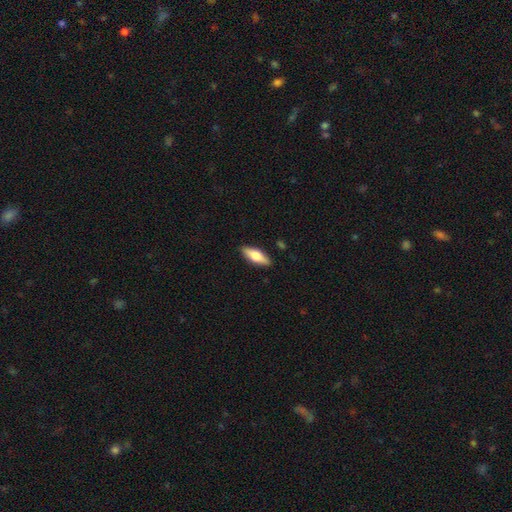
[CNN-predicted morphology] This is likely a smooth galaxy (62%). How rounded: likely in between (63%). Merging: clearly none (88%).